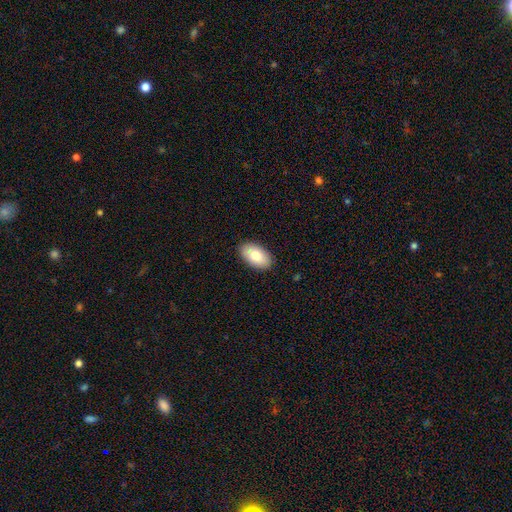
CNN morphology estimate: Q: Smooth or featured?
A: smooth (79%); runner-up: featured or disk (15%)
Q: How rounded?
A: in between (94%); runner-up: round (4%)
Q: Merging?
A: none (87%); runner-up: minor disturbance (10%)